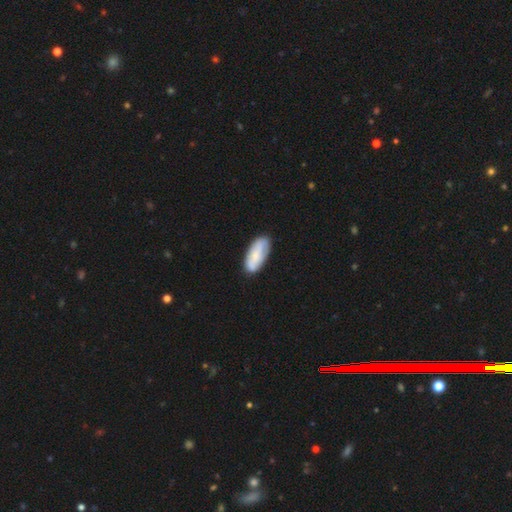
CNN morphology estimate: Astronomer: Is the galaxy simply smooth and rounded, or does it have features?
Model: smooth — 70%.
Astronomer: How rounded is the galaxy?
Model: in between — 85%.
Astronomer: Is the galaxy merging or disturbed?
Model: none — 79%.